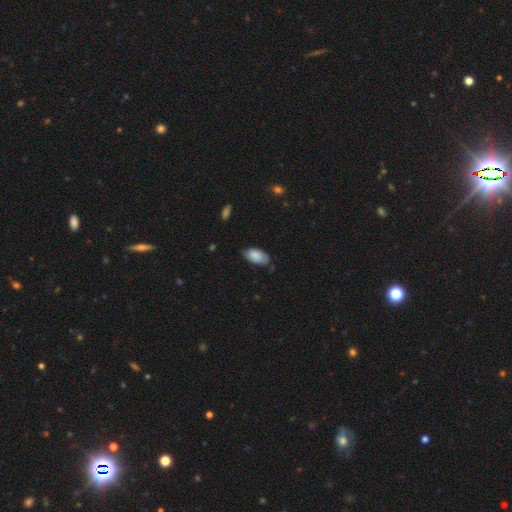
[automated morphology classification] Smooth or featured? Predicted: smooth (p=0.82). How rounded? Predicted: in between (p=0.94). Merging? Predicted: none (p=0.65).